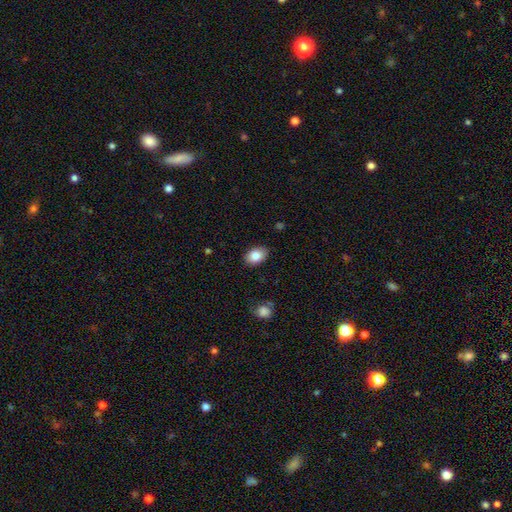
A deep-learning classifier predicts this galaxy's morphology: Smooth or featured? Predicted: smooth (p=0.84). How rounded? Predicted: in between (p=0.83). Merging? Predicted: none (p=0.86).